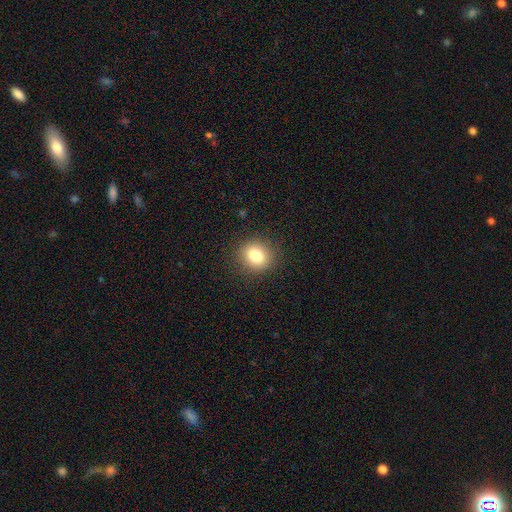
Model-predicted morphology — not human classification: Smooth or featured: smooth — 82% (star or artifact — 11%)
How rounded: round — 78% (in between — 21%)
Merging: none — 89% (minor disturbance — 7%)